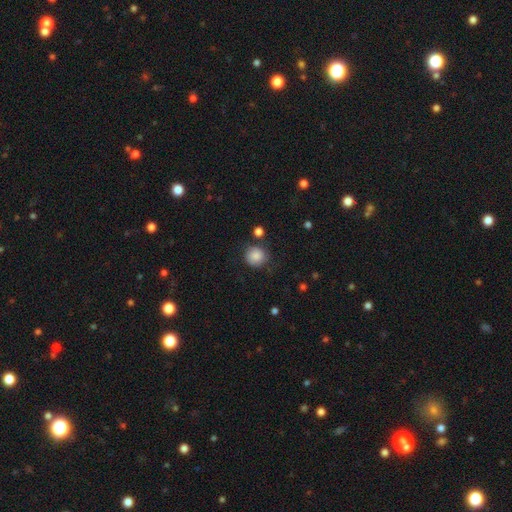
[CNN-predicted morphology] Q: Smooth or featured?
A: smooth (85%); runner-up: star or artifact (9%)
Q: How rounded?
A: round (89%); runner-up: in between (10%)
Q: Merging?
A: none (76%); runner-up: minor disturbance (15%)